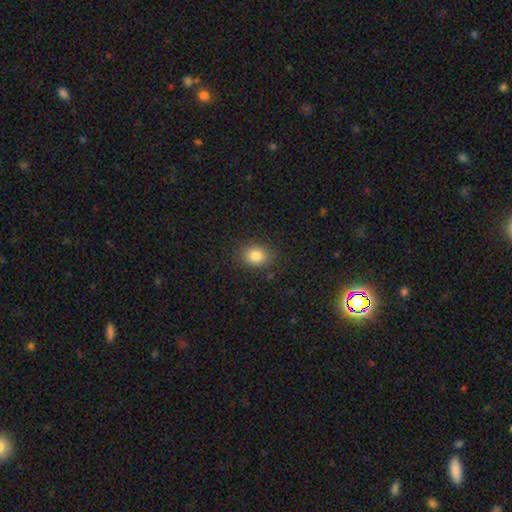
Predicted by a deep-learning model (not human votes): Q: Smooth or featured?
A: smooth (83%); runner-up: star or artifact (10%)
Q: How rounded?
A: in between (51%); runner-up: round (49%)
Q: Merging?
A: none (86%); runner-up: minor disturbance (10%)